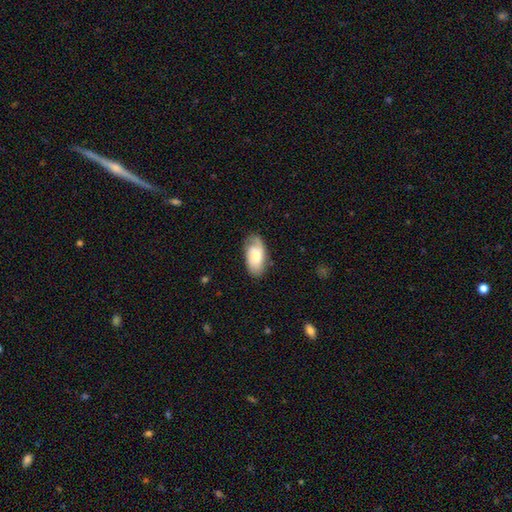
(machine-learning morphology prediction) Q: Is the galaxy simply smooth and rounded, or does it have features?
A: smooth — 55%.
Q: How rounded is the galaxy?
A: in between — 93%.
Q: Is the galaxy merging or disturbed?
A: none — 70%.